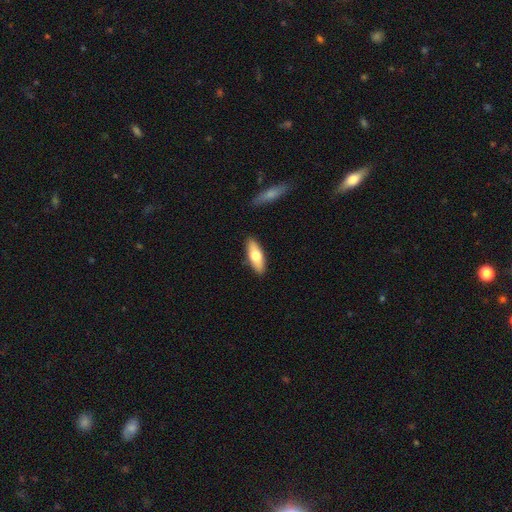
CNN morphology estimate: This is likely a smooth galaxy (65%). How rounded: likely in between (62%). Merging: clearly none (88%).